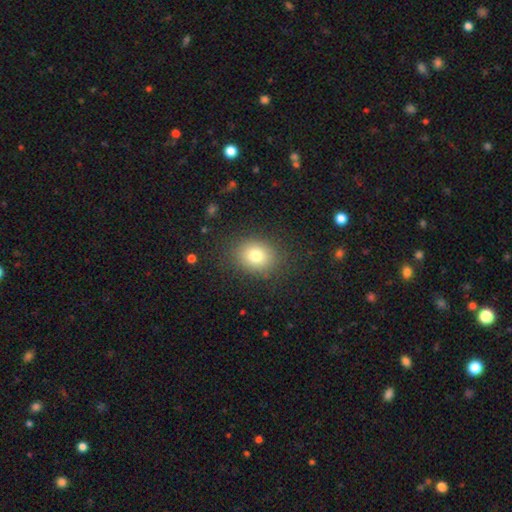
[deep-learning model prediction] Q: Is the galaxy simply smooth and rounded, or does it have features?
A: smooth — 78%.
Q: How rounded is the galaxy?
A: round — 62%.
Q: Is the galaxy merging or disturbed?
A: none — 86%.